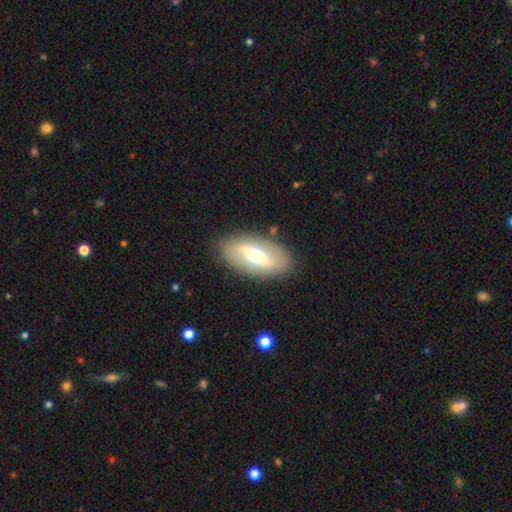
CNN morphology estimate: smooth-or-featured: featured or disk: 54% | smooth: 39% | star or artifact: 6%
  disk-edge-on: no: 82% | yes: 18%
  merging: none: 86% | minor disturbance: 10% | major disturbance: 3% | merger: 1%